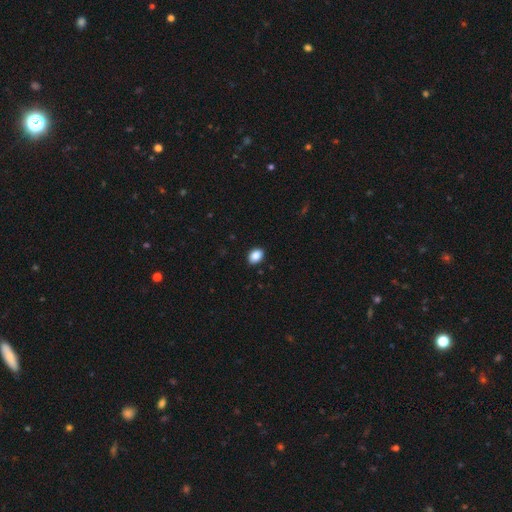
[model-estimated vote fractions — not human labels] The model was most divided on "how rounded": in between: 76%, round: 23%, cigar-shaped: 1%. More confident: merging — none (90%); smooth or featured — smooth (89%).